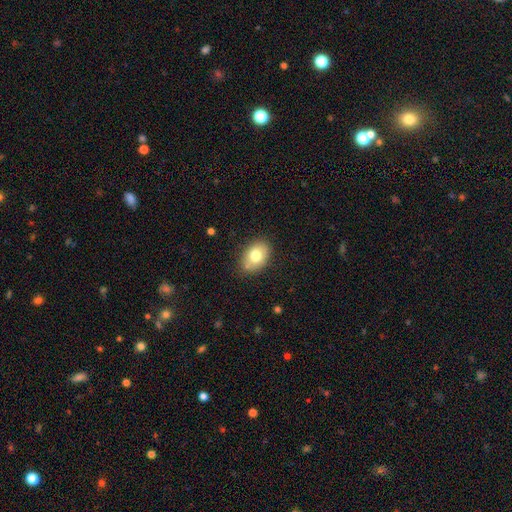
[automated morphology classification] This is likely a smooth galaxy (76%). How rounded: likely in between (78%). Merging: likely none (77%).